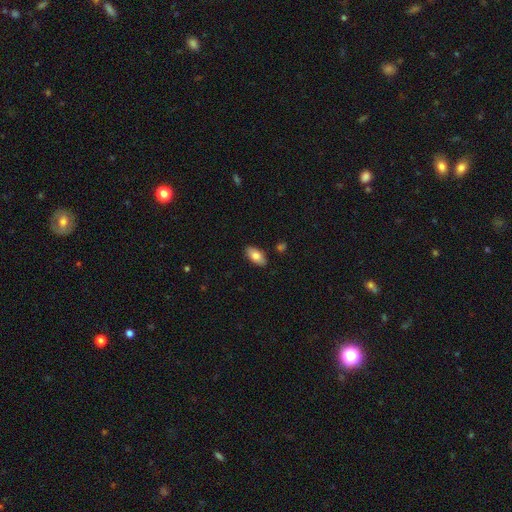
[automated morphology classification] Overall: smooth (80%). How rounded: in between (92%). Merging: none (87%).